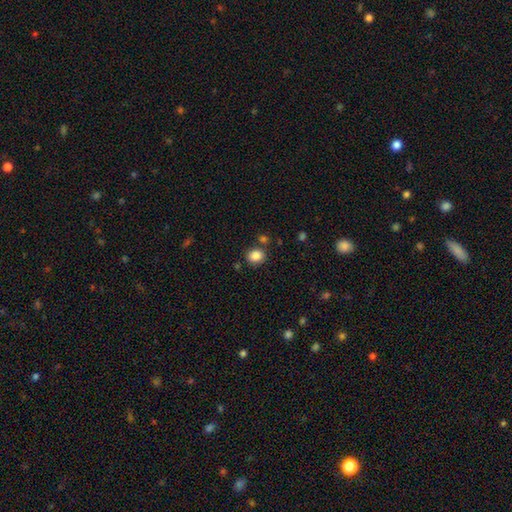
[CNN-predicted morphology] Smooth or featured?
  - smooth: 85% *
  - star or artifact: 10%
  - featured or disk: 5%
How rounded?
  - round: 65% *
  - in between: 34%
  - cigar-shaped: 1%
Merging?
  - none: 80% *
  - minor disturbance: 10%
  - merger: 7%
  - major disturbance: 3%